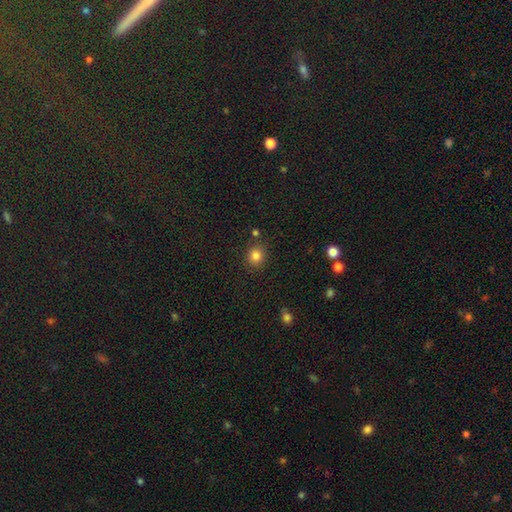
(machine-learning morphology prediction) smooth 82%, star or artifact 13%, featured or disk 5%. Down the decision tree: how rounded — round (84%); merging — none (83%).